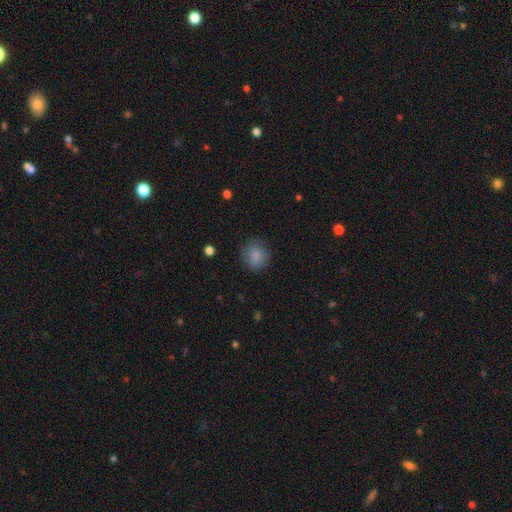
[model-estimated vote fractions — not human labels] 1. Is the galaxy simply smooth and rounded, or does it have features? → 85% smooth, 9% star or artifact, 6% featured or disk.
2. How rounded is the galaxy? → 83% round, 16% in between, 1% cigar-shaped.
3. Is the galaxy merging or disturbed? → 82% none, 13% minor disturbance, 4% major disturbance, 1% merger.